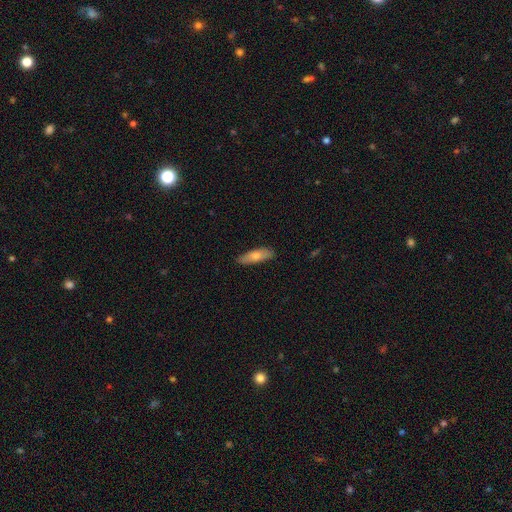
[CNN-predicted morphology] A smooth galaxy with no disk features (69%) that is in between round and cigar-shaped (50%). Merging: none (85%).